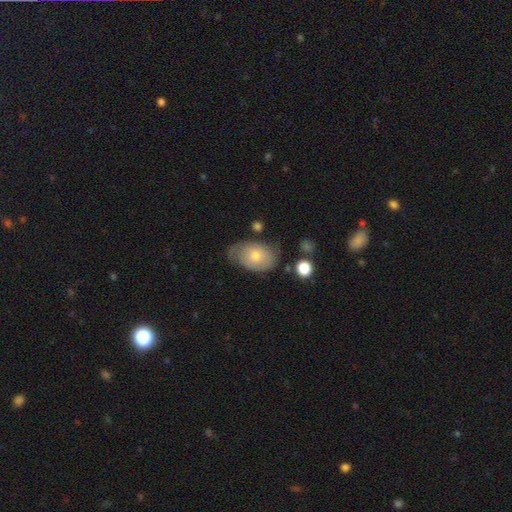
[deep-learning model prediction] Morphology: type=smooth (55%); roundness=in between (84%); merging=none (55%).